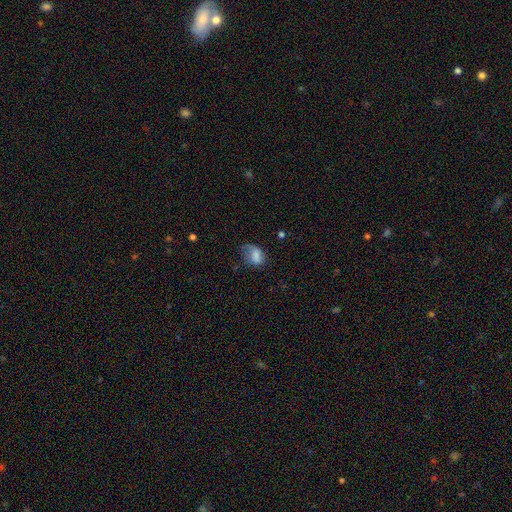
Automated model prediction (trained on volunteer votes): Overall: smooth (69%). How rounded: in between (76%). Merging: minor disturbance (35%; none 34%).